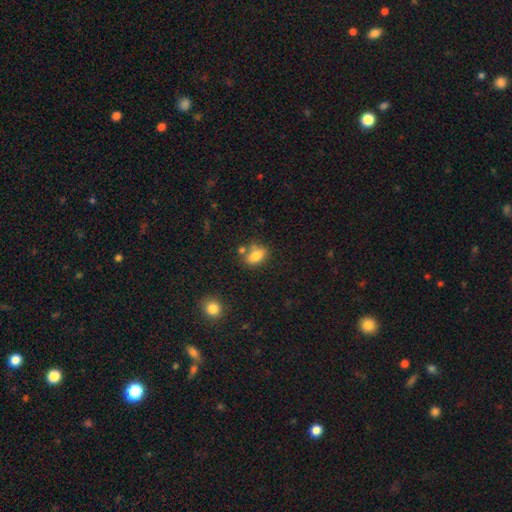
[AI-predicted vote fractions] smooth 81%, star or artifact 10%, featured or disk 9%. Down the decision tree: how rounded — in between (84%); merging — none (63%).